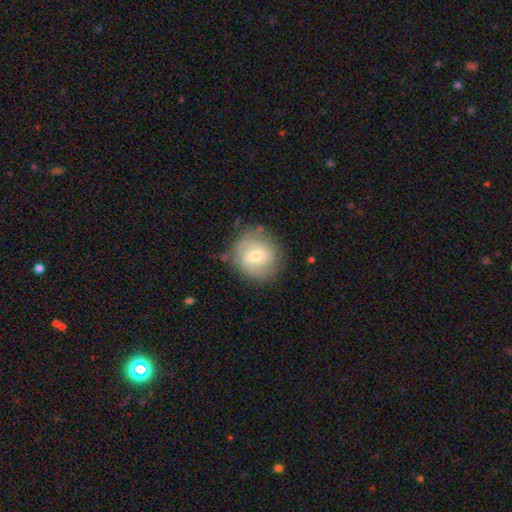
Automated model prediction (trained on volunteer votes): This is possibly a featured or disk galaxy (49%). Merging: likely none (75%).